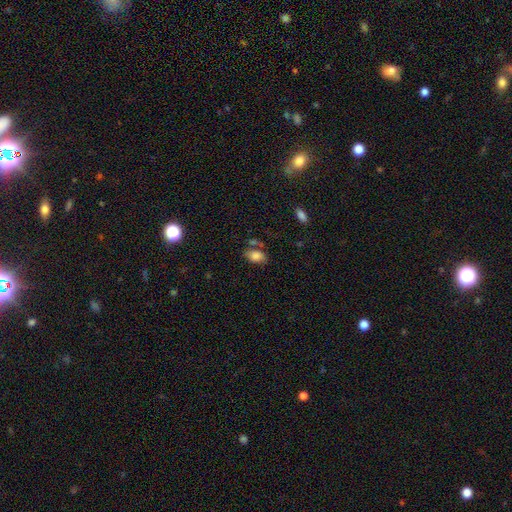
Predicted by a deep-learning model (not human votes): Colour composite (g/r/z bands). It shows a smooth galaxy with no disk features (80%) that is in between round and cigar-shaped (89%). Merging: none (58%).